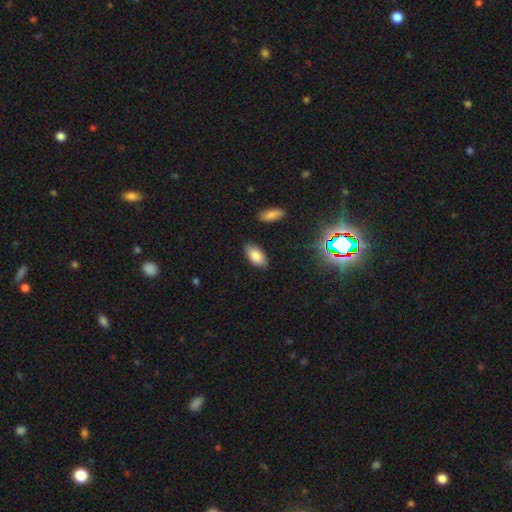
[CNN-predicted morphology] This appears to be a smooth galaxy with no disk features (83%) that is in between round and cigar-shaped (94%). Merging: none (84%).